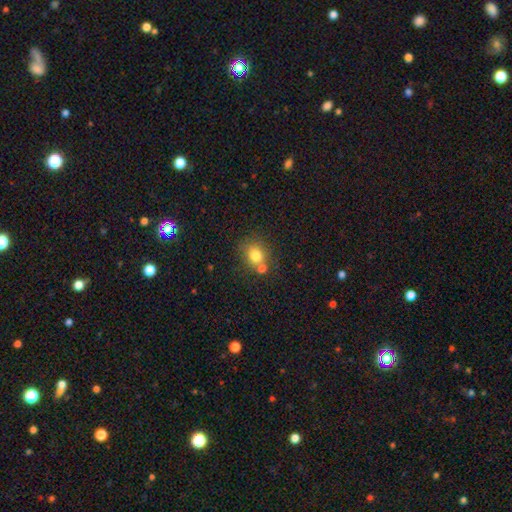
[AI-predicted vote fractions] A smooth galaxy with no disk features (77%) that is round (70%).

Vote fractions:
- Smooth or featured? smooth: 77% / star or artifact: 12% / featured or disk: 11%
- How rounded? round: 70% / in between: 29% / cigar-shaped: 1%
- Merging? none: 57% / merger: 27% / minor disturbance: 12% / major disturbance: 4%